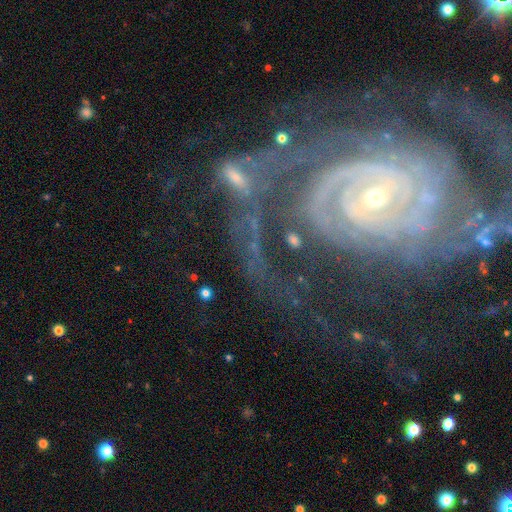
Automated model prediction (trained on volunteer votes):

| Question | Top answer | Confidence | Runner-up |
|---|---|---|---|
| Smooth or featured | featured or disk | 86% | star or artifact (9%) |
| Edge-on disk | no | 96% | yes (4%) |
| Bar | no | 58% | weak (25%) |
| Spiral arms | yes | 96% | no (4%) |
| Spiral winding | tight | 73% | medium (21%) |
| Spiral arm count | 2 | 34% | can't tell (23%) |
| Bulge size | small | 75% | moderate (21%) |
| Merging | none | 39% | major disturbance (25%) |